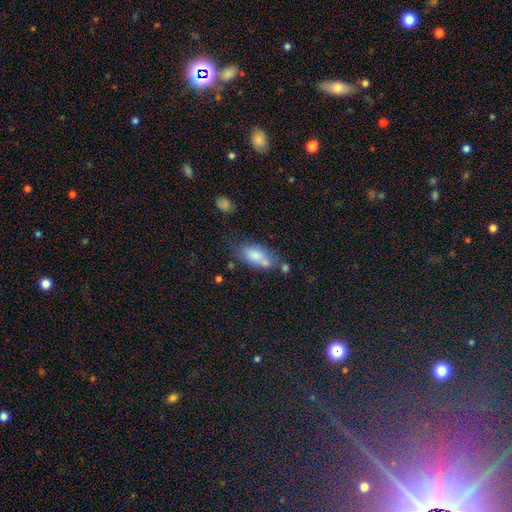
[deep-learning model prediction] A smooth galaxy with no disk features (75%) that is in between round and cigar-shaped (84%). Merging: none (50%).